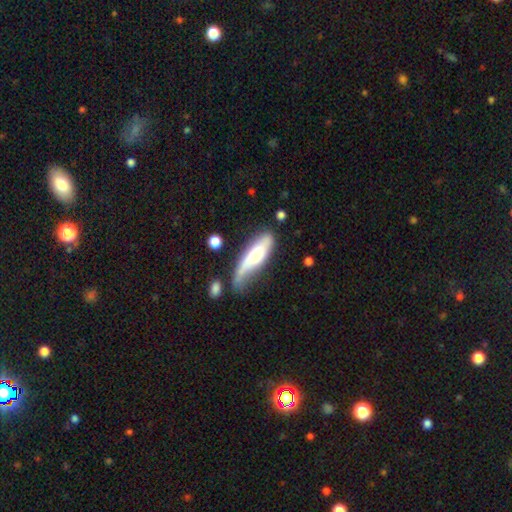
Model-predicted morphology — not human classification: Overall: smooth (55%; featured or disk 40%). How rounded: cigar-shaped (56%; in between 42%). Merging: none (39%; minor disturbance 33%).